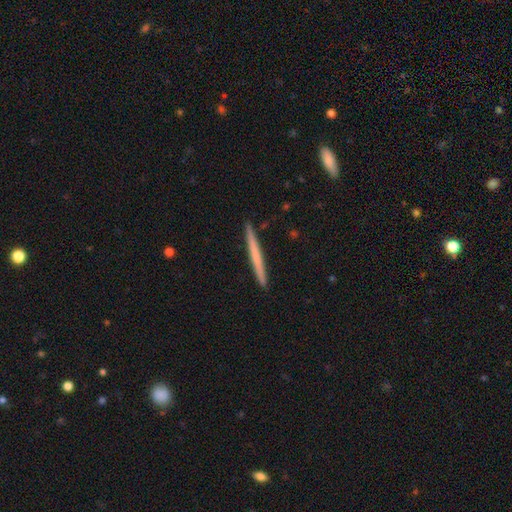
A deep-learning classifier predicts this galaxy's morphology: Overall: smooth (53%; featured or disk 41%). How rounded: cigar-shaped (97%). Merging: none (92%).